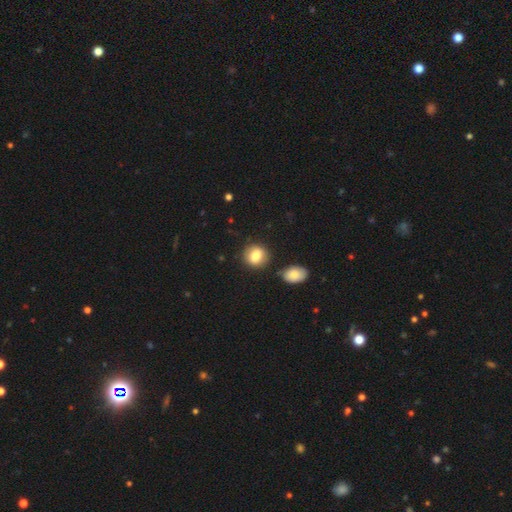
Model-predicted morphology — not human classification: smooth-or-featured: smooth: 82% | featured or disk: 10% | star or artifact: 8%
  how-rounded: round: 73% | in between: 26% | cigar-shaped: 1%
  merging: none: 81% | minor disturbance: 10% | merger: 6% | major disturbance: 3%